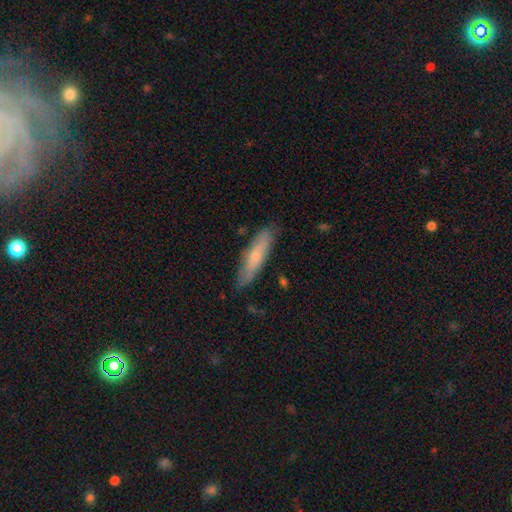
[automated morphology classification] Smooth or featured?
  - smooth: 57% *
  - featured or disk: 37%
  - star or artifact: 6%
How rounded?
  - cigar-shaped: 75% *
  - in between: 24%
  - round: 2%
Merging?
  - none: 81% *
  - minor disturbance: 15%
  - major disturbance: 3%
  - merger: 1%